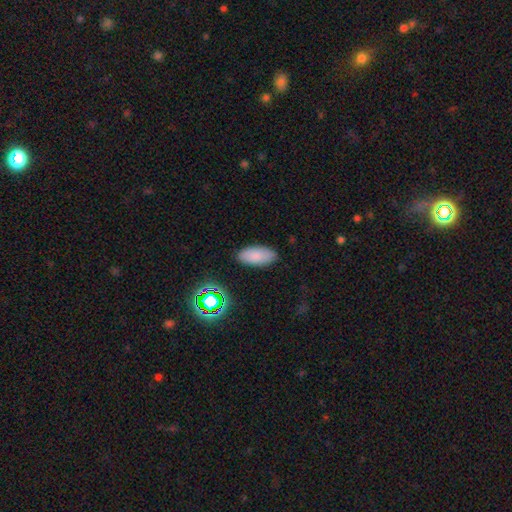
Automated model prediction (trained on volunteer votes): Smooth or featured: smooth — 82% (star or artifact — 10%)
How rounded: in between — 92% (cigar-shaped — 6%)
Merging: none — 87% (minor disturbance — 10%)